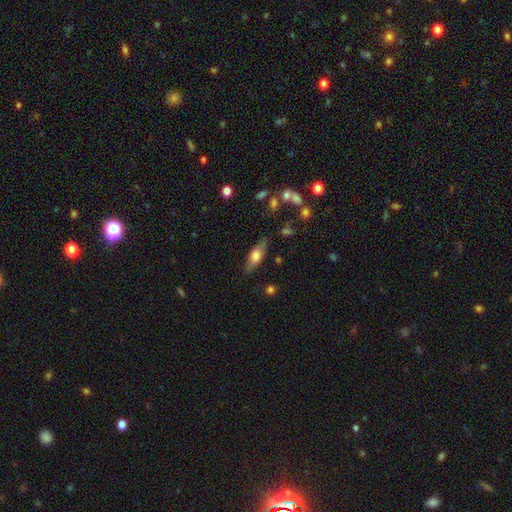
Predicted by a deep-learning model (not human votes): A smooth galaxy with no disk features (55%) that is in between round and cigar-shaped (60%).

Vote fractions:
- Smooth or featured? smooth: 55% / featured or disk: 38% / star or artifact: 7%
- How rounded? in between: 60% / cigar-shaped: 36% / round: 4%
- Merging? none: 80% / minor disturbance: 15% / major disturbance: 4% / merger: 2%